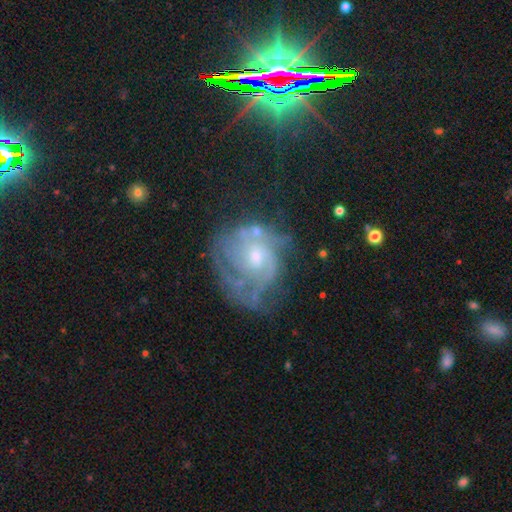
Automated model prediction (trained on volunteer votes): A featured or disk galaxy (76%) with no bar (70%), tight (51%) spiral arms (84%) and a small central bulge (54%).

Vote fractions:
- Smooth or featured? featured or disk: 76% / smooth: 13% / star or artifact: 10%
- Edge-on disk? no: 98% / yes: 2%
- Bar? no: 70% / weak: 26% / strong: 4%
- Spiral arms? yes: 84% / no: 16%
- Spiral winding? tight: 51% / medium: 36% / loose: 13%
- Spiral arm count? can't tell: 41% / 2: 26% / 3: 14% / 1: 9% / 4: 5% / more than 4: 4%
- Bulge size? small: 54% / moderate: 40% / none: 3% / large: 2% / dominant: 1%
- Merging? none: 48% / minor disturbance: 24% / major disturbance: 22% / merger: 5%